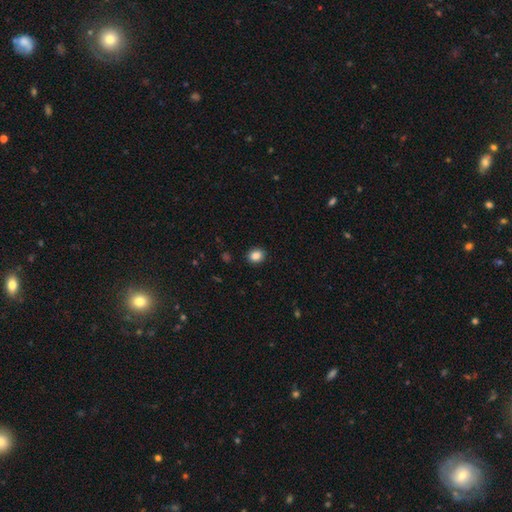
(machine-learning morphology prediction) Smooth or featured? Predicted: smooth (p=0.86). How rounded? Predicted: round (p=0.61). Merging? Predicted: none (p=0.91).